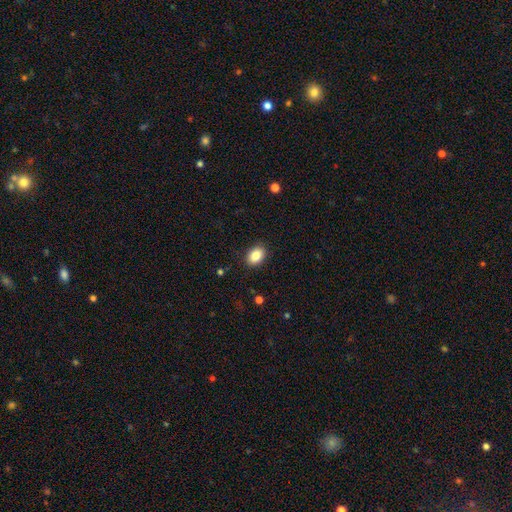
smooth 92%, star or artifact 5%, featured or disk 3%. Down the decision tree: how rounded — in between (92%); merging — none (97%).